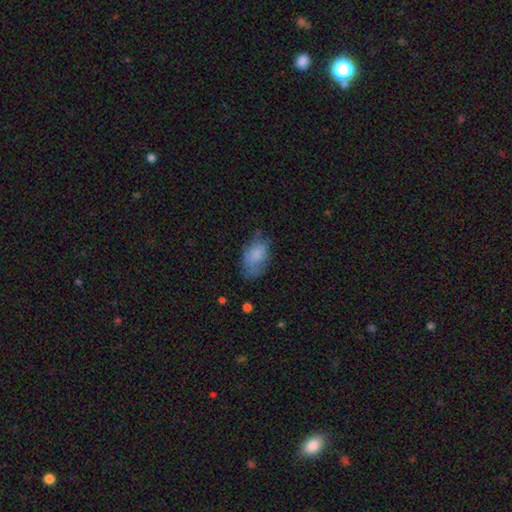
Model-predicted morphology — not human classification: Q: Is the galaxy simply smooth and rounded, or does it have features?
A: smooth — 76%.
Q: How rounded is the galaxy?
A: in between — 91%.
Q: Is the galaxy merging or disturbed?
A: none — 50%.